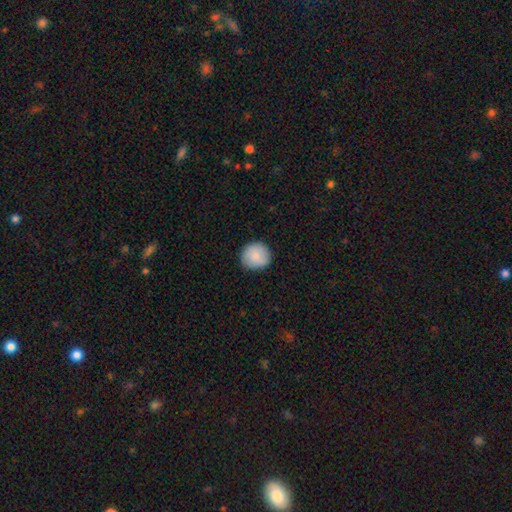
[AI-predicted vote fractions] Smooth or featured? smooth (87%)
How rounded? round (93%)
Merging? none (88%)